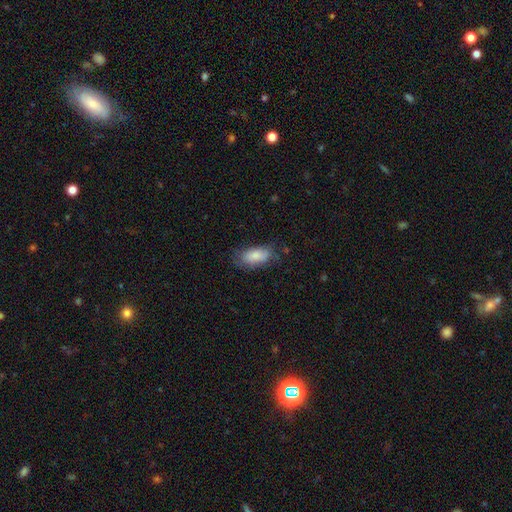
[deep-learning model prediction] A smooth galaxy with no disk features (80%) that is in between round and cigar-shaped (89%). Merging: none (63%).